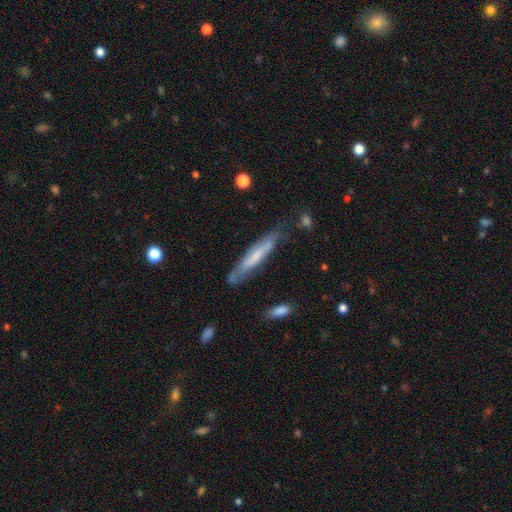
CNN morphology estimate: Q: Smooth or featured?
A: featured or disk (51%); runner-up: smooth (42%)
Q: Edge-on disk?
A: yes (70%); runner-up: no (30%)
Q: Merging?
A: none (68%); runner-up: minor disturbance (22%)